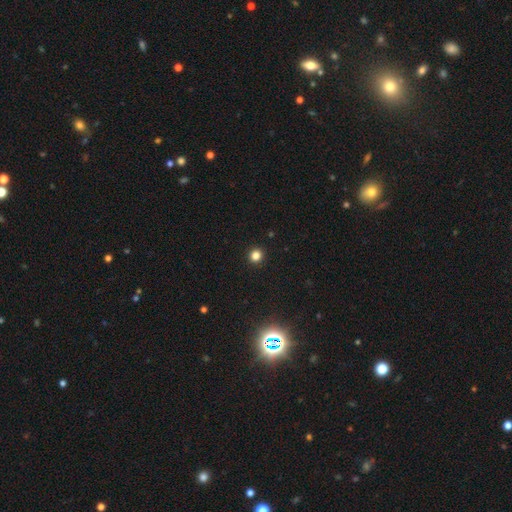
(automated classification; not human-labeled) A smooth galaxy with no disk features (83%) that is round (93%). Merging: none (93%).